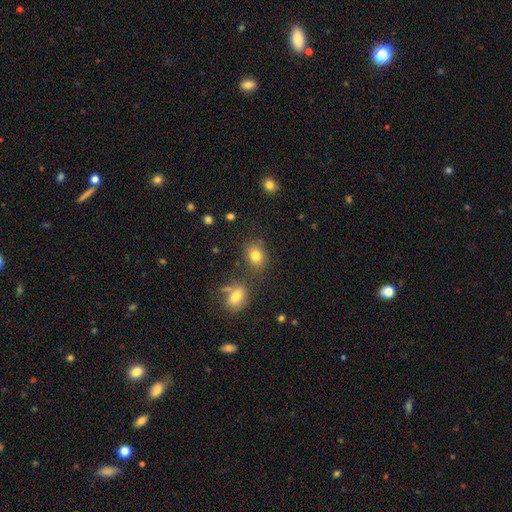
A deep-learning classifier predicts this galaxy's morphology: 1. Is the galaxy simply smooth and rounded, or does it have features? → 80% smooth, 12% star or artifact, 8% featured or disk.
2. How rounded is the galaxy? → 51% in between, 48% round, 1% cigar-shaped.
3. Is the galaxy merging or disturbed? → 71% none, 13% minor disturbance, 12% merger, 5% major disturbance.